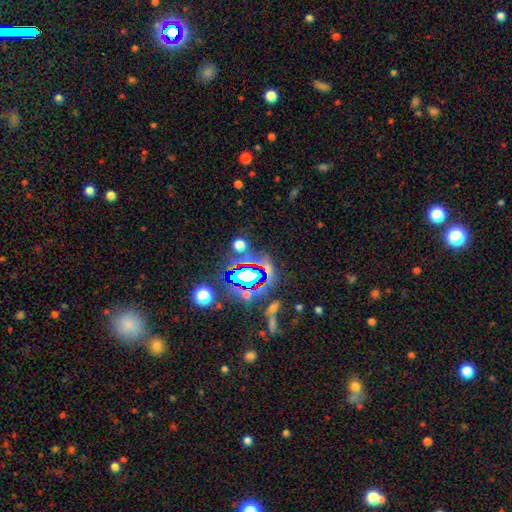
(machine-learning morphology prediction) A star or artifact, not a galaxy (79%).

Vote fractions:
- Smooth or featured? star or artifact: 79% / smooth: 12% / featured or disk: 9%